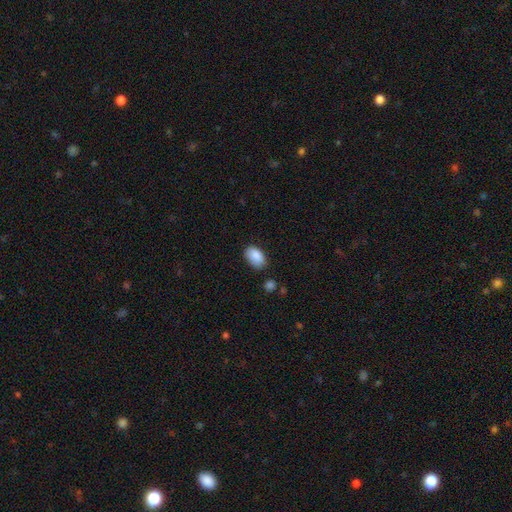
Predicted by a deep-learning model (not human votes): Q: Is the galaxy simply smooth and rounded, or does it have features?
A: smooth — 89%.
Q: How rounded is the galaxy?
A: in between — 93%.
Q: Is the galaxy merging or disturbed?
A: none — 78%.